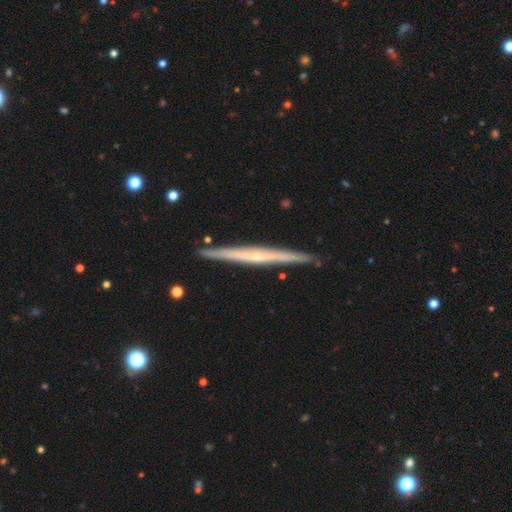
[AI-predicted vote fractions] This appears to be a featured or disk galaxy (72%) viewed edge-on (98%) with no central bulge (59%). Merging: none (90%).